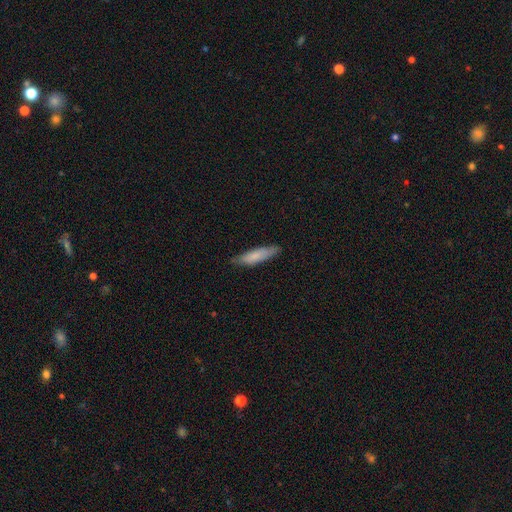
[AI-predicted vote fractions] Smooth or featured: smooth — 79% (featured or disk — 16%)
How rounded: cigar-shaped — 75% (in between — 23%)
Merging: none — 82% (minor disturbance — 15%)